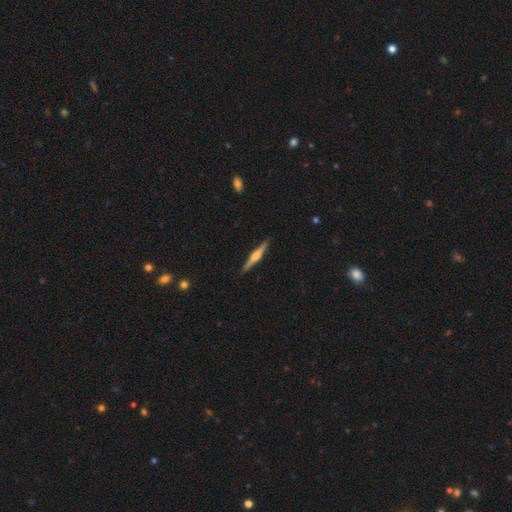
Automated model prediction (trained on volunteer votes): This is likely a featured or disk galaxy (69%). It is clearly viewed edge-on (98%). Edge-on bulge: clearly rounded (81%). Merging: clearly none (91%).